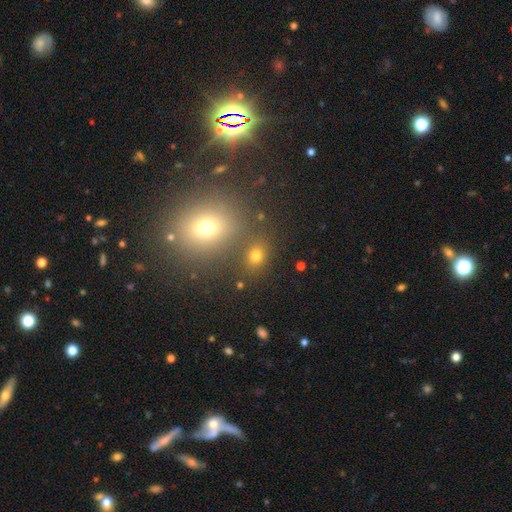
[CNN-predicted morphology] A smooth galaxy with no disk features (72%) that is round (53%). Merging: none (74%).